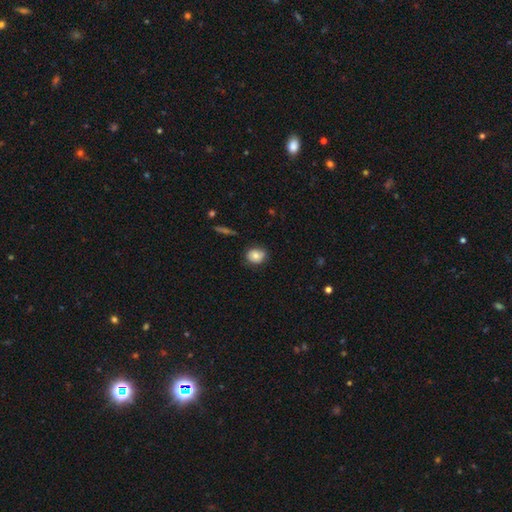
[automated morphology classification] Smooth or featured?
  - smooth: 77% *
  - featured or disk: 15%
  - star or artifact: 8%
How rounded?
  - round: 64% *
  - in between: 35%
  - cigar-shaped: 1%
Merging?
  - none: 78% *
  - minor disturbance: 17%
  - major disturbance: 4%
  - merger: 2%